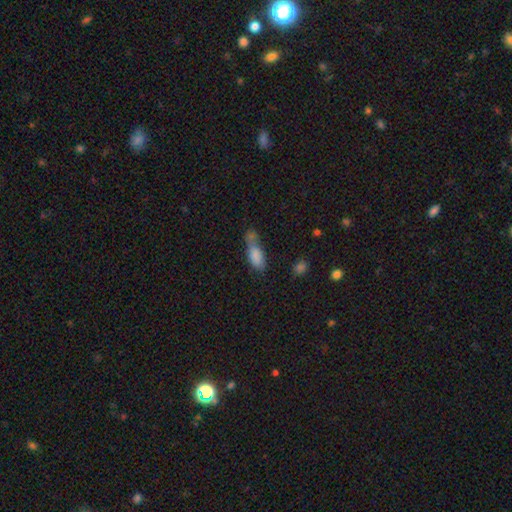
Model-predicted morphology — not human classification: smooth 81%, featured or disk 11%, star or artifact 9%. Down the decision tree: how rounded — in between (80%); merging — merger (38%).